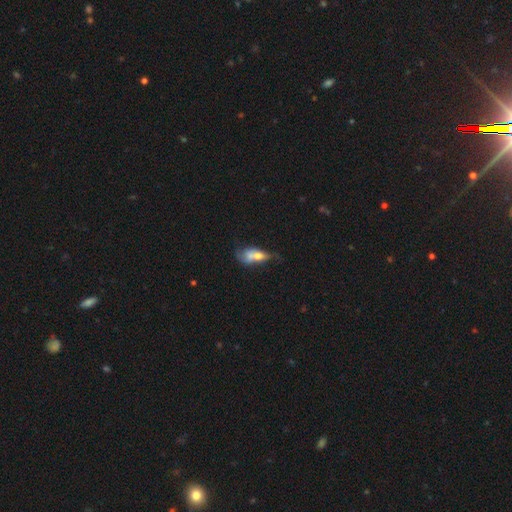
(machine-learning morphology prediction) Smooth or featured?
  - smooth: 57% *
  - featured or disk: 33%
  - star or artifact: 9%
How rounded?
  - in between: 76% *
  - cigar-shaped: 15%
  - round: 9%
Merging?
  - merger: 42% *
  - none: 22%
  - major disturbance: 18%
  - minor disturbance: 18%